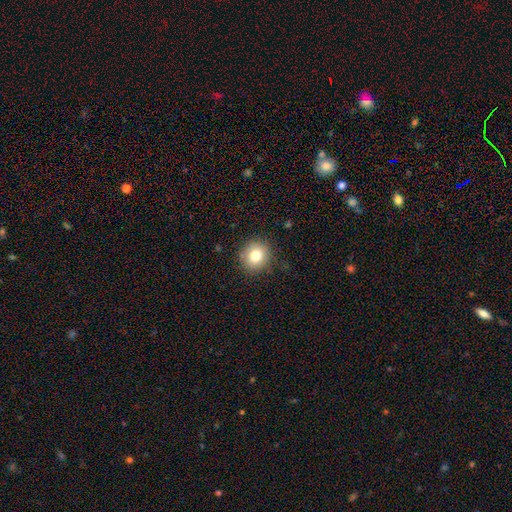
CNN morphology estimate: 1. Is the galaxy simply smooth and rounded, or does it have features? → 80% smooth, 11% star or artifact, 10% featured or disk.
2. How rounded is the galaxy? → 85% round, 14% in between, 1% cigar-shaped.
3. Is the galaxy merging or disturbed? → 87% none, 9% minor disturbance, 3% major disturbance, 1% merger.